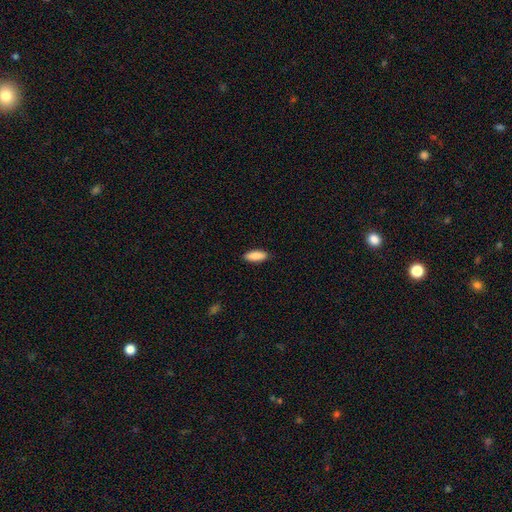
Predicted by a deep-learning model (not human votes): The model was most divided on "how rounded": in between: 73%, cigar-shaped: 26%, round: 2%. More confident: smooth or featured — smooth (89%); merging — none (89%).